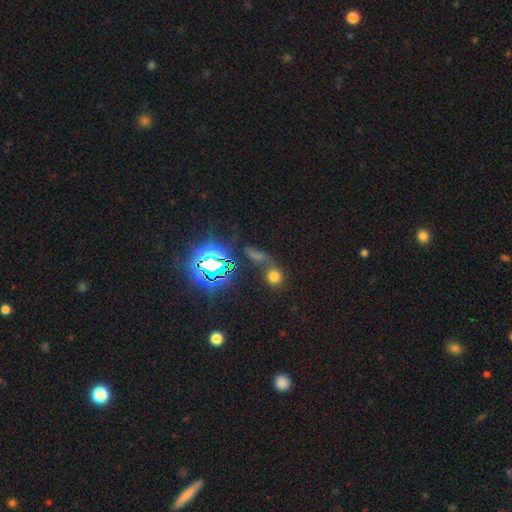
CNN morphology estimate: Smooth or featured? Predicted: star or artifact (p=0.58).